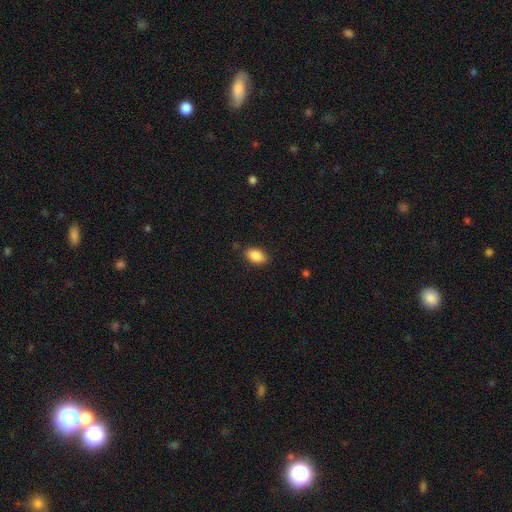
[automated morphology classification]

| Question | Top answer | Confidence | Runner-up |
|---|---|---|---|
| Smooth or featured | smooth | 88% | star or artifact (7%) |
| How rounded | in between | 90% | round (8%) |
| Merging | none | 85% | minor disturbance (11%) |